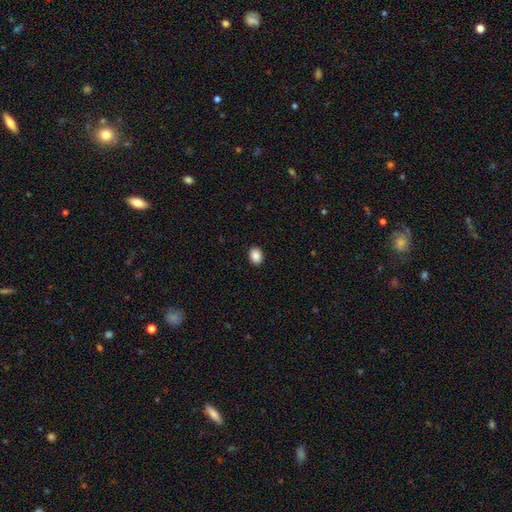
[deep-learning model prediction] Smooth or featured?
  - smooth: 89% *
  - star or artifact: 8%
  - featured or disk: 3%
How rounded?
  - in between: 58% *
  - round: 41%
  - cigar-shaped: 1%
Merging?
  - none: 91% *
  - minor disturbance: 6%
  - major disturbance: 2%
  - merger: 1%